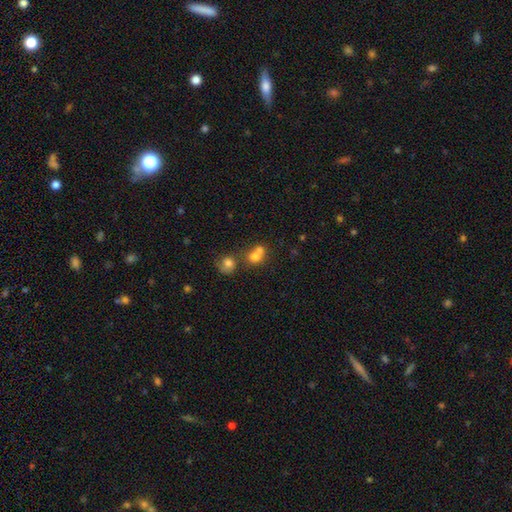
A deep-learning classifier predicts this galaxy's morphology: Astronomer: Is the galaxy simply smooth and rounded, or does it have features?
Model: smooth — 70%.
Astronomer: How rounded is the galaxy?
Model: round — 77%.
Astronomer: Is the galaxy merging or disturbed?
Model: merger — 56% (runner-up: none, 33%).